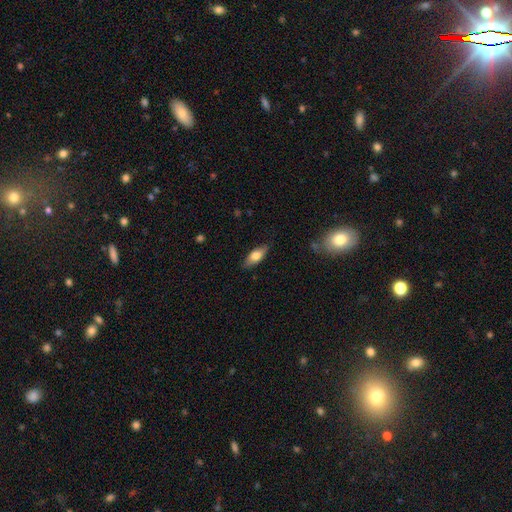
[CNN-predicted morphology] smooth-or-featured: smooth: 69% | featured or disk: 25% | star or artifact: 6%
  how-rounded: in between: 79% | cigar-shaped: 18% | round: 3%
  merging: none: 84% | minor disturbance: 12% | major disturbance: 2% | merger: 1%